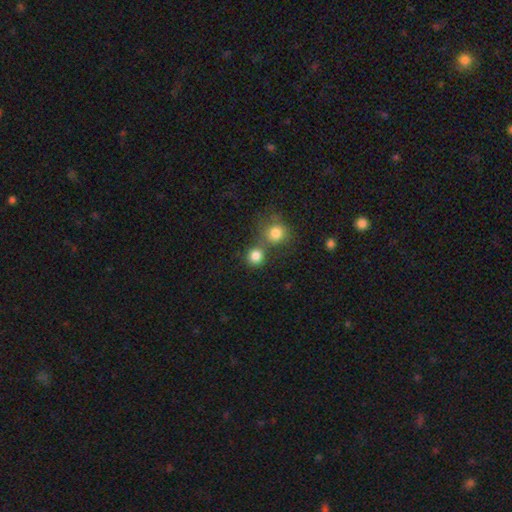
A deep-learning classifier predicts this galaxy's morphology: Overall: smooth (83%). How rounded: round (88%). Merging: none (58%; merger 31%).